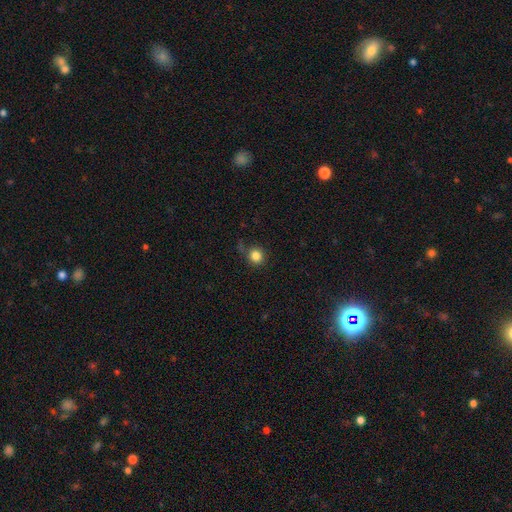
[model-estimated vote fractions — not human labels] smooth-or-featured: smooth: 84% | star or artifact: 12% | featured or disk: 5%
  how-rounded: round: 91% | in between: 8% | cigar-shaped: 1%
  merging: none: 78% | minor disturbance: 14% | major disturbance: 5% | merger: 4%